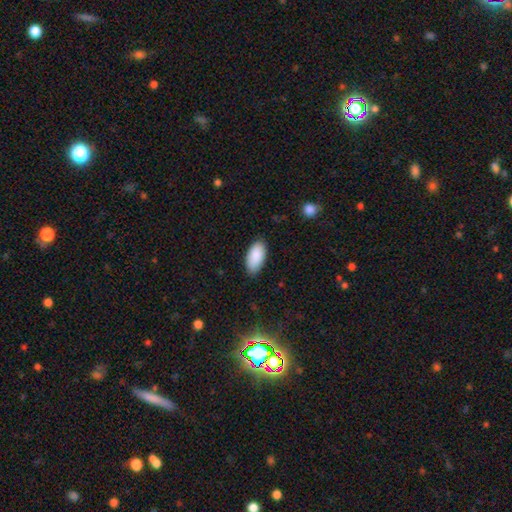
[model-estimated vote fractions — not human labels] This appears to be a smooth galaxy with no disk features (90%) that is in between round and cigar-shaped (95%). Merging: none (85%).